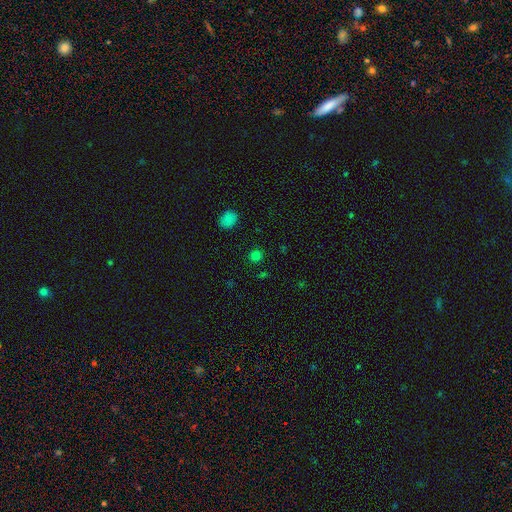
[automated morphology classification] smooth 77%, star or artifact 19%, featured or disk 4%. Down the decision tree: how rounded — round (90%); merging — none (89%).